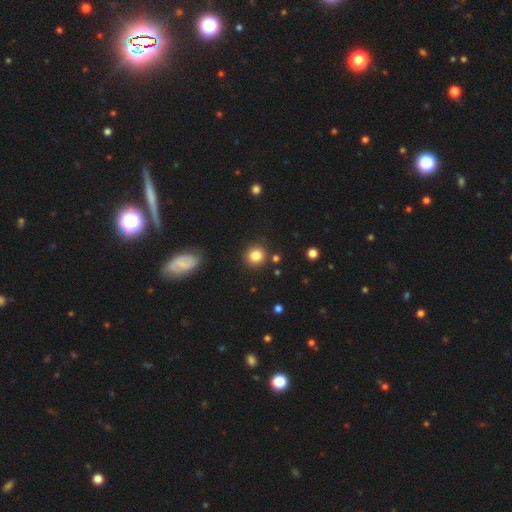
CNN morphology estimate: This appears to be a smooth galaxy with no disk features (84%) that is round (91%). Merging: none (87%).